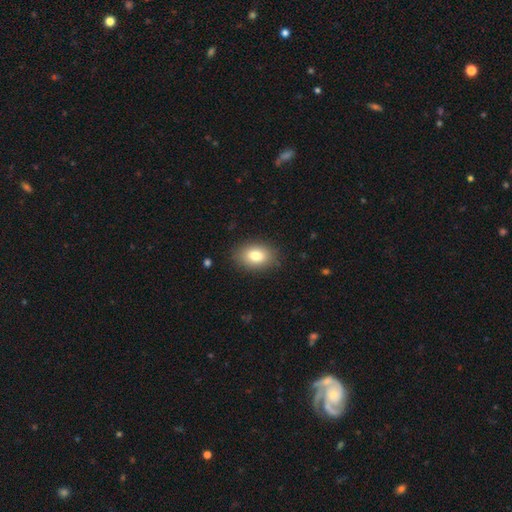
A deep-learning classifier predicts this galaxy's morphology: smooth-or-featured: smooth: 81% | featured or disk: 10% | star or artifact: 9%
  how-rounded: in between: 82% | round: 17% | cigar-shaped: 1%
  merging: none: 86% | minor disturbance: 10% | major disturbance: 3% | merger: 1%